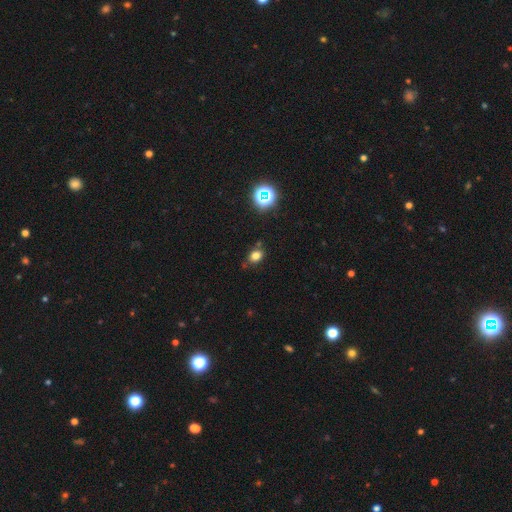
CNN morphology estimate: smooth-or-featured: smooth: 75% | star or artifact: 18% | featured or disk: 7%
  how-rounded: in between: 54% | round: 45% | cigar-shaped: 1%
  merging: none: 76% | minor disturbance: 15% | merger: 6% | major disturbance: 4%